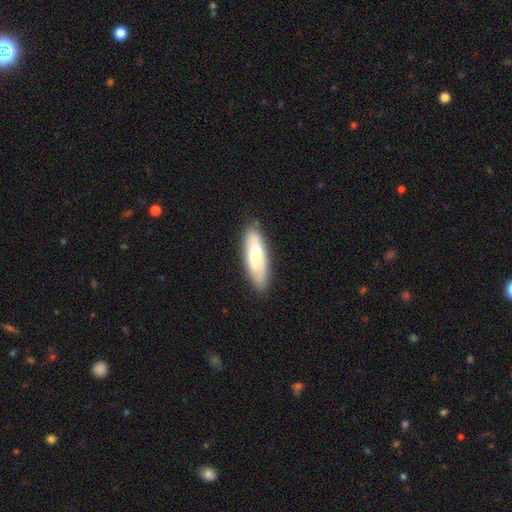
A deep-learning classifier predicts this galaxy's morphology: A smooth galaxy with no disk features (68%) that is cigar-shaped (54%). Merging: none (82%).